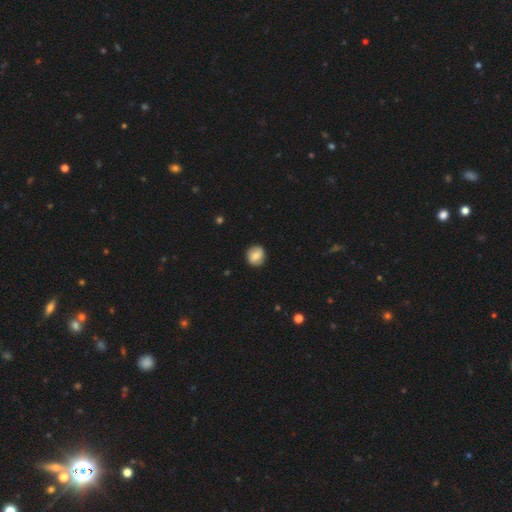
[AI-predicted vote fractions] smooth-or-featured: smooth: 78% | featured or disk: 14% | star or artifact: 8%
  how-rounded: round: 79% | in between: 20% | cigar-shaped: 1%
  merging: none: 87% | minor disturbance: 10% | major disturbance: 2% | merger: 1%